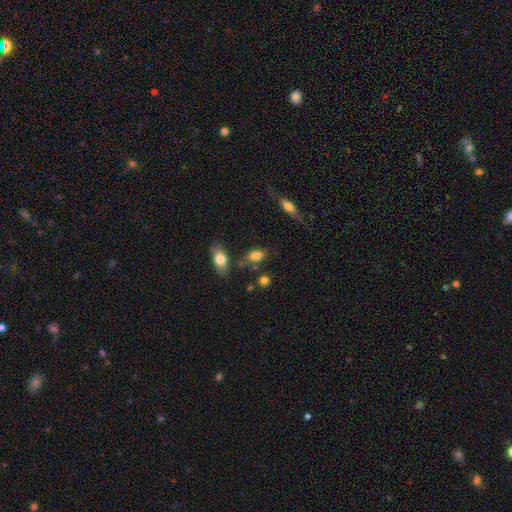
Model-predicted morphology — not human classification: Smooth or featured? Predicted: smooth (p=0.80). How rounded? Predicted: in between (p=0.82). Merging? Predicted: none (p=0.69).